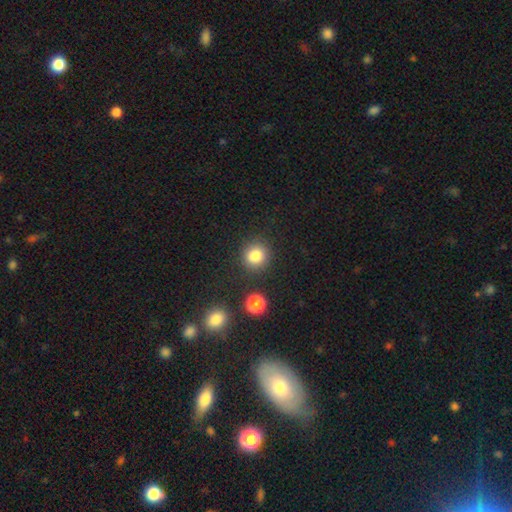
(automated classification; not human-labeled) Smooth or featured?
  - smooth: 83% *
  - star or artifact: 12%
  - featured or disk: 6%
How rounded?
  - round: 86% *
  - in between: 13%
  - cigar-shaped: 1%
Merging?
  - none: 85% *
  - minor disturbance: 8%
  - merger: 4%
  - major disturbance: 3%